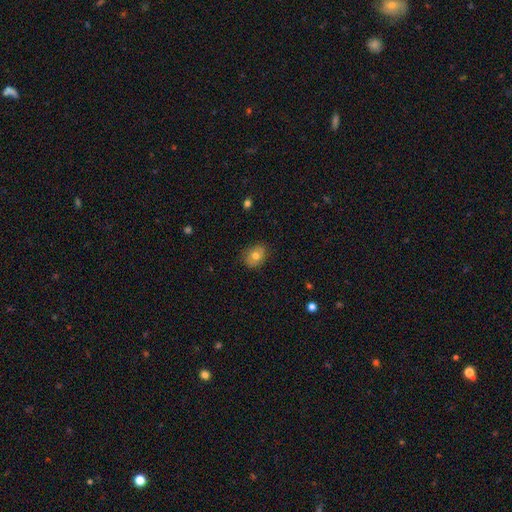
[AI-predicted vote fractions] Overall: smooth (75%). How rounded: round (50%; in between 49%). Merging: none (81%).